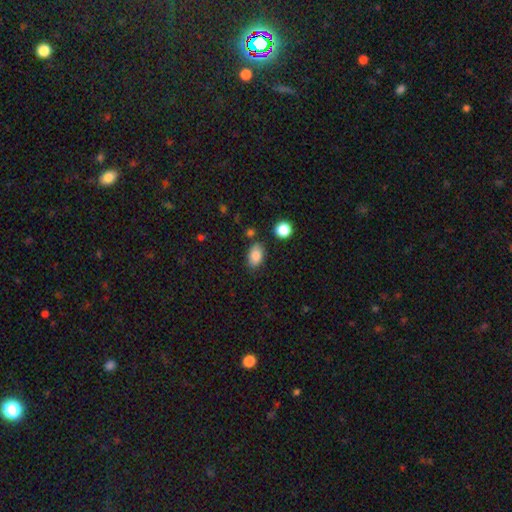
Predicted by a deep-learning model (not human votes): smooth 85%, star or artifact 8%, featured or disk 6%. Down the decision tree: how rounded — in between (88%); merging — none (78%).